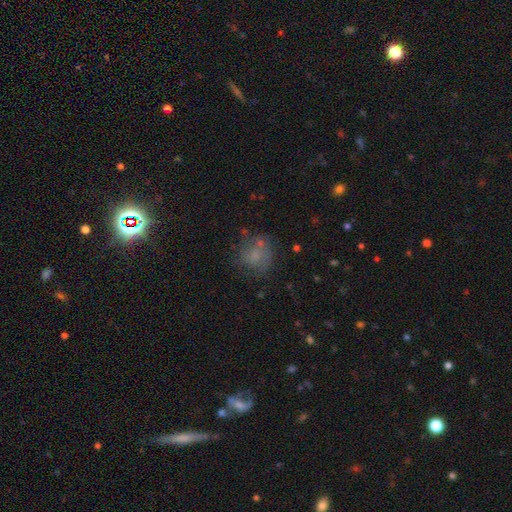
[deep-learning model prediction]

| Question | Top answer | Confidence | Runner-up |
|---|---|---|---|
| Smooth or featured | smooth | 62% | featured or disk (22%) |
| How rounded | round | 75% | in between (24%) |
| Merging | none | 55% | minor disturbance (20%) |